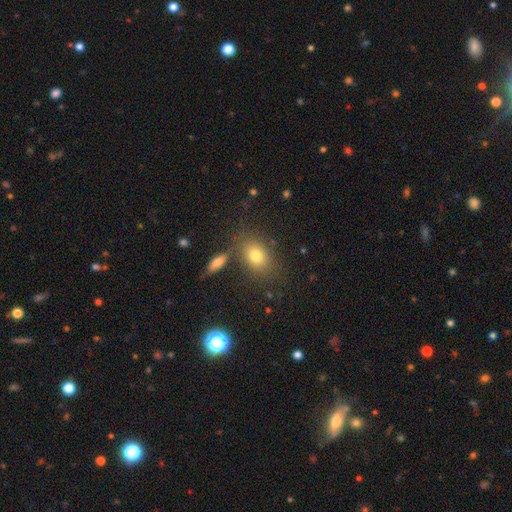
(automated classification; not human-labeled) A smooth galaxy with no disk features (76%) that is in between round and cigar-shaped (69%).

Vote fractions:
- Smooth or featured? smooth: 76% / star or artifact: 12% / featured or disk: 12%
- How rounded? in between: 69% / round: 29% / cigar-shaped: 2%
- Merging? none: 75% / minor disturbance: 12% / merger: 9% / major disturbance: 5%